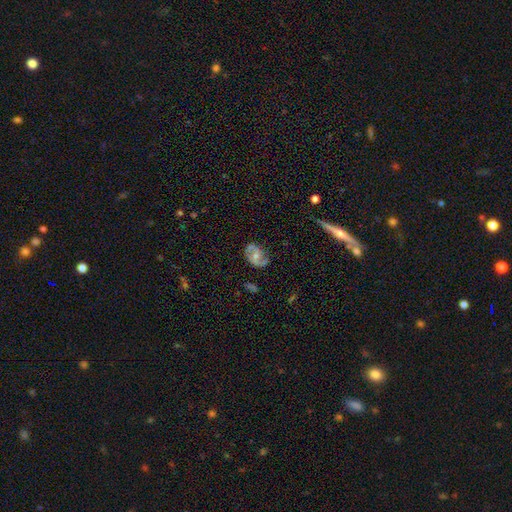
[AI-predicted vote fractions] The model was most divided on "bar": no: 50%, weak: 39%, strong: 11%. Remaining: edge-on disk — no (97%); spiral arms — yes (91%); spiral arm count — 2 (86%); smooth or featured — featured or disk (77%); merging — none (69%); bulge size — moderate (52%); spiral winding — medium (50%).